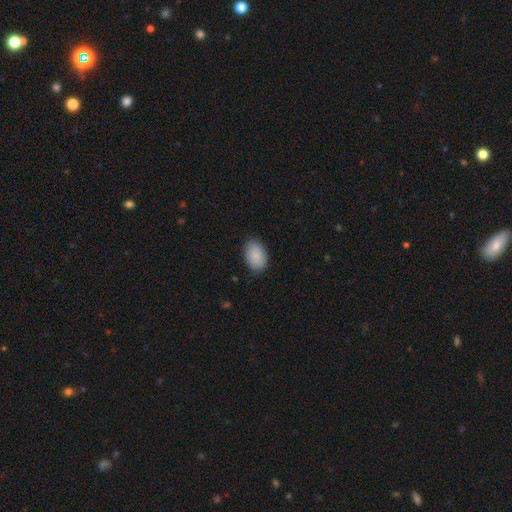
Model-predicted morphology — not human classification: The model was most divided on "merging": none: 85%, minor disturbance: 12%, major disturbance: 2%, merger: 1%. More confident: smooth or featured — smooth (89%); how rounded — in between (88%).